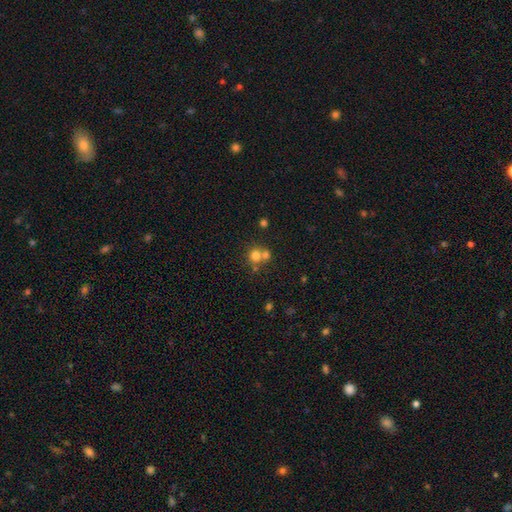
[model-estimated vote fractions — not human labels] Overall: smooth (73%). How rounded: round (87%). Merging: none (46%; merger 45%).